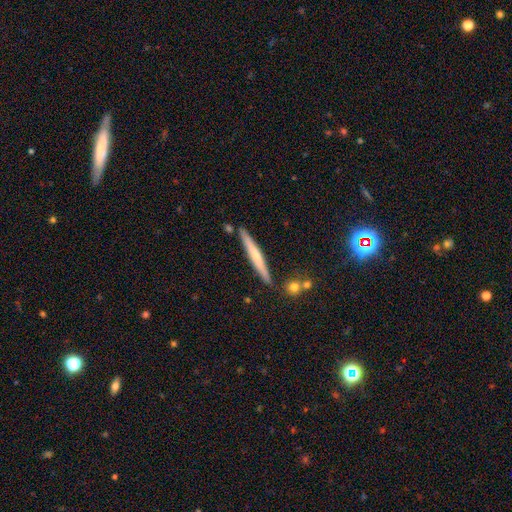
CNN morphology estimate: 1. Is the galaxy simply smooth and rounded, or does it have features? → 49% smooth, 45% featured or disk, 7% star or artifact.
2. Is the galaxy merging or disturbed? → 85% none, 9% minor disturbance, 4% merger, 2% major disturbance.